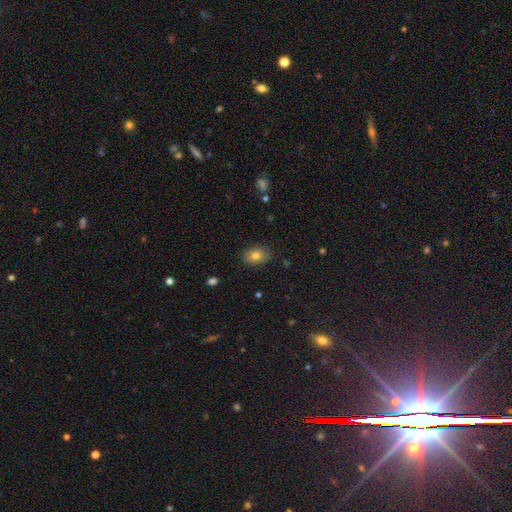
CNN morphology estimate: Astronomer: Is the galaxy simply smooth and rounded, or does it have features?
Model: smooth — 79%.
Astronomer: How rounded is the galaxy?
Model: in between — 72%.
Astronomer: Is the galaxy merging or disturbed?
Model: none — 86%.